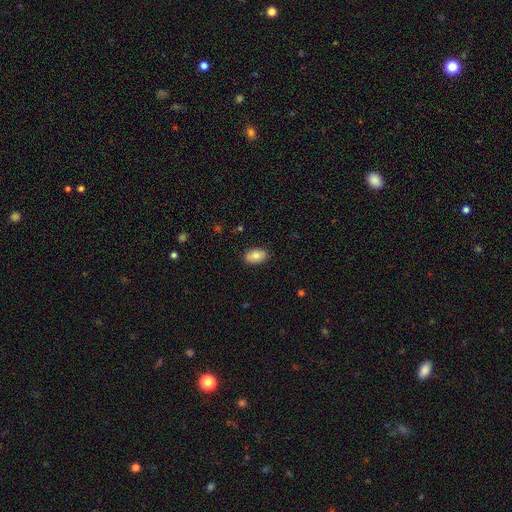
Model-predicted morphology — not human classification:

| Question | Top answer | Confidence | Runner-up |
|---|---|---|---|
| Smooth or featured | smooth | 80% | featured or disk (13%) |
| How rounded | in between | 91% | round (7%) |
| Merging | none | 86% | minor disturbance (11%) |